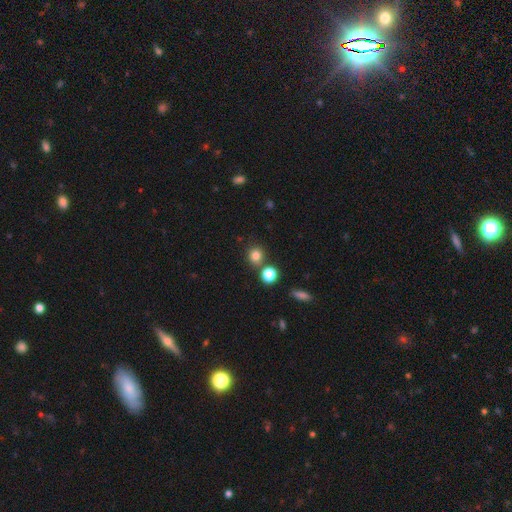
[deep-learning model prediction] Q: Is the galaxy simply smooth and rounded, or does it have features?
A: smooth — 80%.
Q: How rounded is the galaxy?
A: round — 87%.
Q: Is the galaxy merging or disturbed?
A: none — 73%.